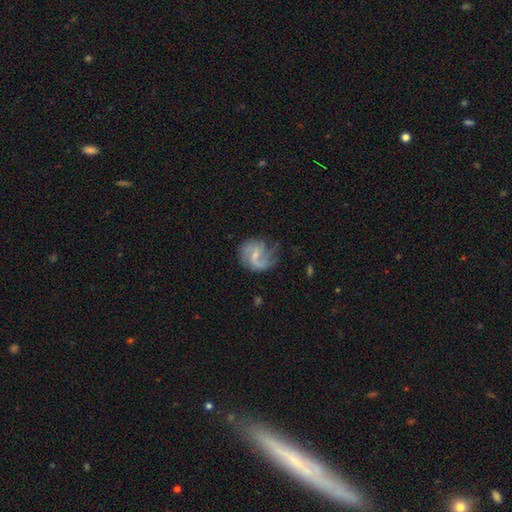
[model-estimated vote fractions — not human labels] The model was most divided on "spiral winding": medium: 42%, loose: 40%, tight: 17%. More confident: edge-on disk — no (98%); spiral arms — yes (92%); smooth or featured — featured or disk (75%); bulge size — small (63%); merging — none (56%); spiral arm count — 2 (53%); bar — weak (53%).